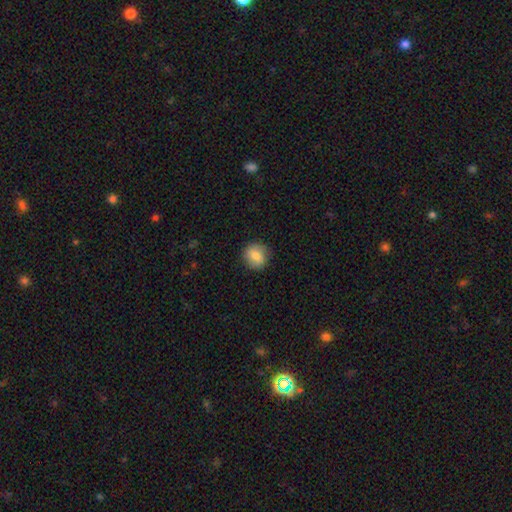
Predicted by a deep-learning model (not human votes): Morphology: type=smooth (81%); roundness=round (83%); merging=none (86%).